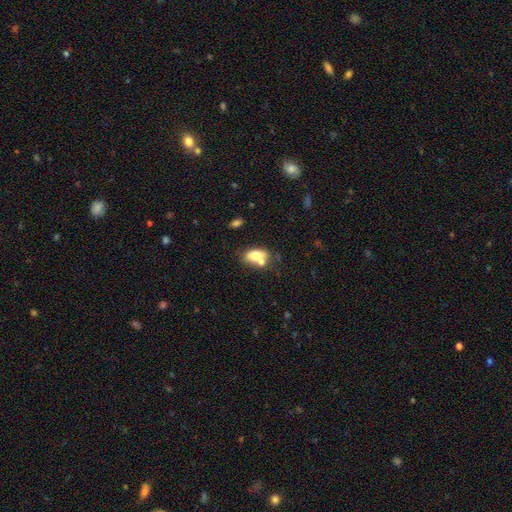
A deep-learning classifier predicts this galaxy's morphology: smooth_or_featured: smooth (p=0.71) [alt: featured or disk p=0.20]
how_rounded: in between (p=0.83) [alt: round p=0.14]
merging: merger (p=0.42) [alt: none p=0.39]